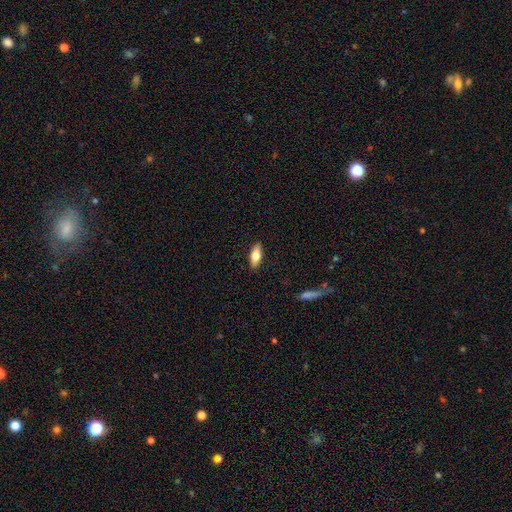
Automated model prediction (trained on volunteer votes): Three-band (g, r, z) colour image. It shows a smooth galaxy with no disk features (67%) that is in between round and cigar-shaped (70%). Merging: none (89%).